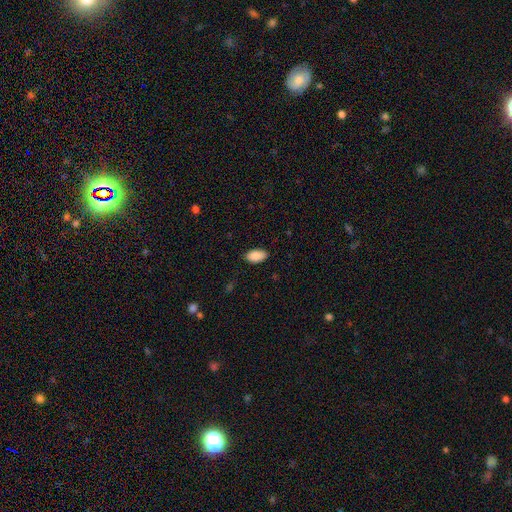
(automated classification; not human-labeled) A smooth galaxy with no disk features (89%) that is in between round and cigar-shaped (95%).

Vote fractions:
- Smooth or featured? smooth: 89% / star or artifact: 7% / featured or disk: 4%
- How rounded? in between: 95% / round: 3% / cigar-shaped: 2%
- Merging? none: 85% / minor disturbance: 12% / major disturbance: 2% / merger: 1%